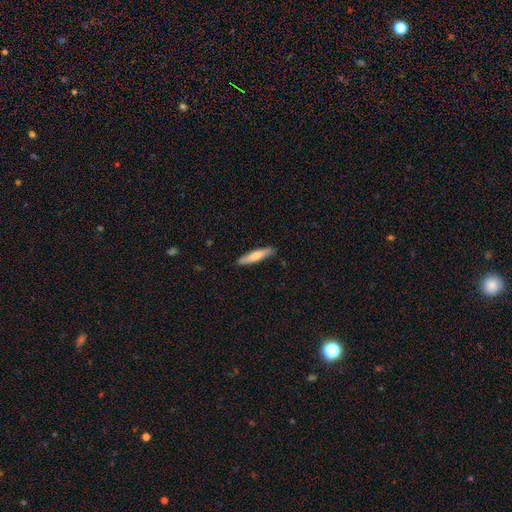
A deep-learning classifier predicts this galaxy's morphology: Smooth or featured?
  - smooth: 73% *
  - featured or disk: 22%
  - star or artifact: 5%
How rounded?
  - cigar-shaped: 85% *
  - in between: 14%
  - round: 1%
Merging?
  - none: 88% *
  - minor disturbance: 9%
  - major disturbance: 2%
  - merger: 1%